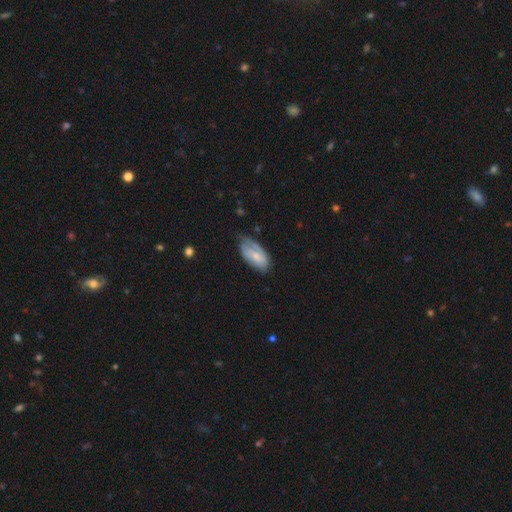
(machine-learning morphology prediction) type=smooth (51%); roundness=in between (92%); merging=none (49%).